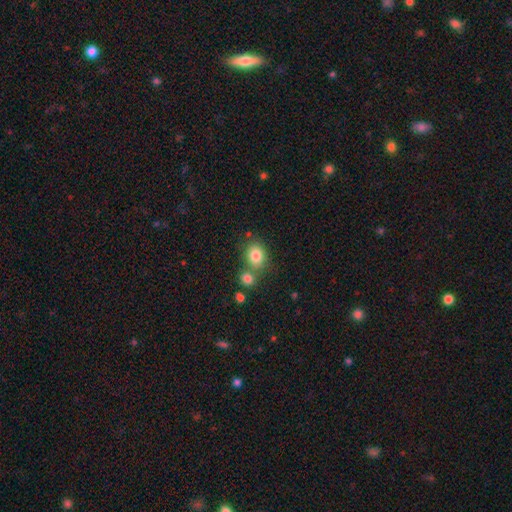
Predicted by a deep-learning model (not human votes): Smooth or featured? smooth (82%)
How rounded? round (53%)
Merging? none (60%)